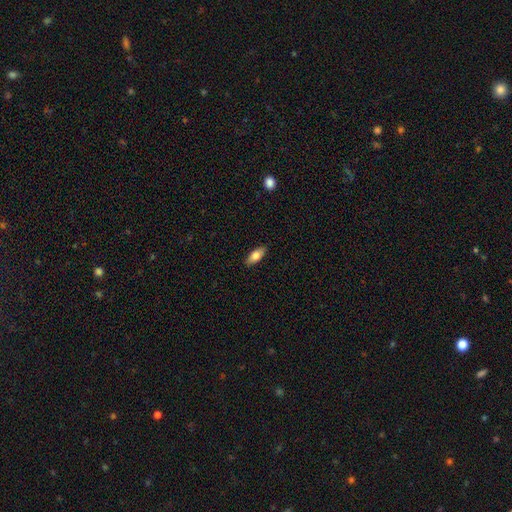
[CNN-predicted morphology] Smooth or featured? Predicted: smooth (p=0.73). How rounded? Predicted: in between (p=0.77). Merging? Predicted: none (p=0.89).